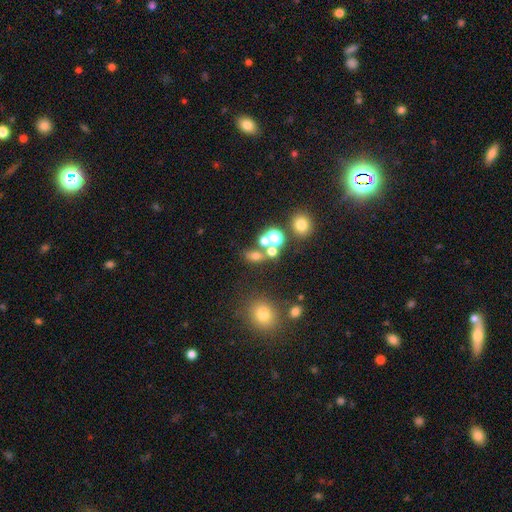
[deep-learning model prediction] Smooth or featured? Predicted: smooth (p=0.61). How rounded? Predicted: in between (p=0.50). Merging? Predicted: none (p=0.54).